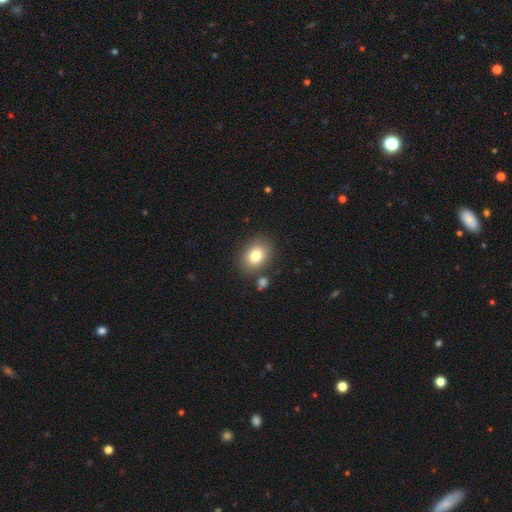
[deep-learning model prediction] smooth 81%, featured or disk 10%, star or artifact 9%. Down the decision tree: how rounded — in between (61%); merging — none (80%).